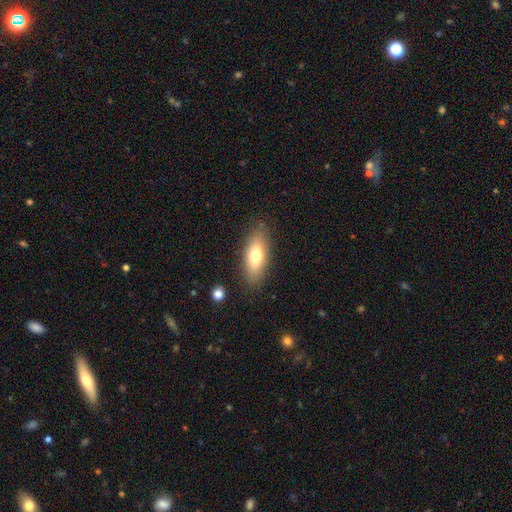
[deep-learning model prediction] This is likely a smooth galaxy (72%). How rounded: likely in between (72%). Merging: clearly none (85%).